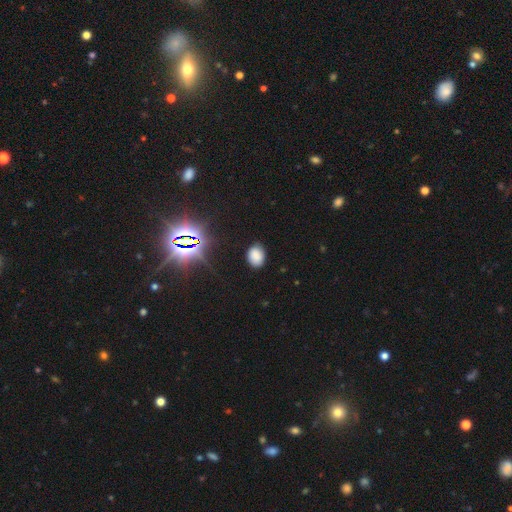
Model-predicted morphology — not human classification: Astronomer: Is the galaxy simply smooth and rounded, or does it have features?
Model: smooth — 79%.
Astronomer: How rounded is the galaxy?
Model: in between — 68%.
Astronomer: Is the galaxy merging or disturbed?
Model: none — 83%.